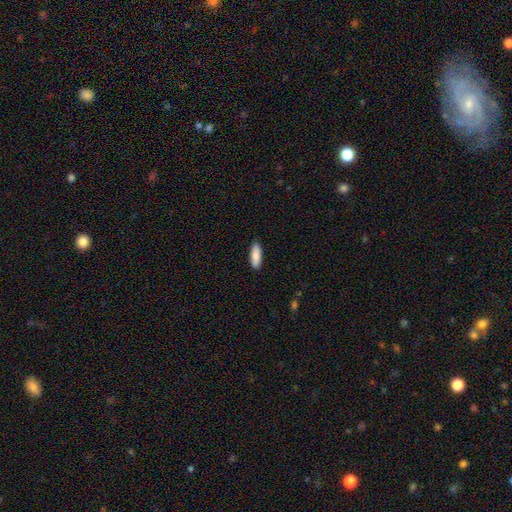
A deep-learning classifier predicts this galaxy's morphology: smooth 87%, featured or disk 7%, star or artifact 6%. Down the decision tree: how rounded — in between (62%); merging — none (88%).